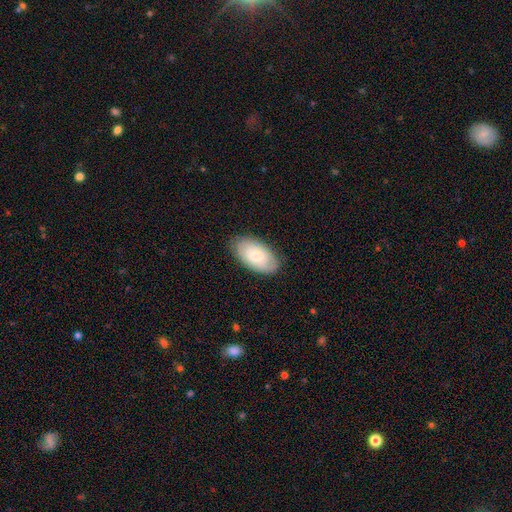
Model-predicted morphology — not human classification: Smooth or featured? smooth (70%)
How rounded? in between (95%)
Merging? none (83%)